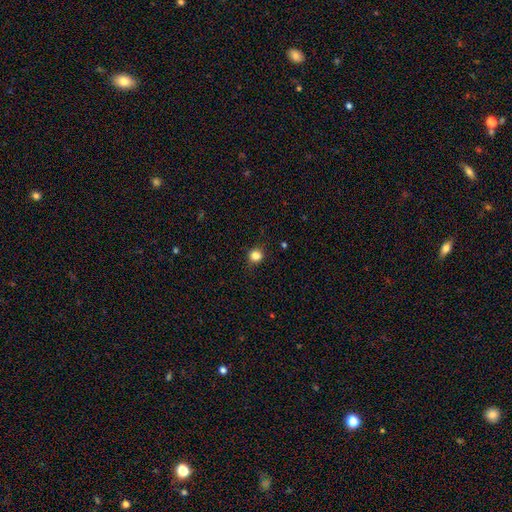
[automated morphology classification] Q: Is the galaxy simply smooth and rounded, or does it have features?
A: smooth — 83%.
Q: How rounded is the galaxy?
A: round — 90%.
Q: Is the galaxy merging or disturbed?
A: none — 88%.